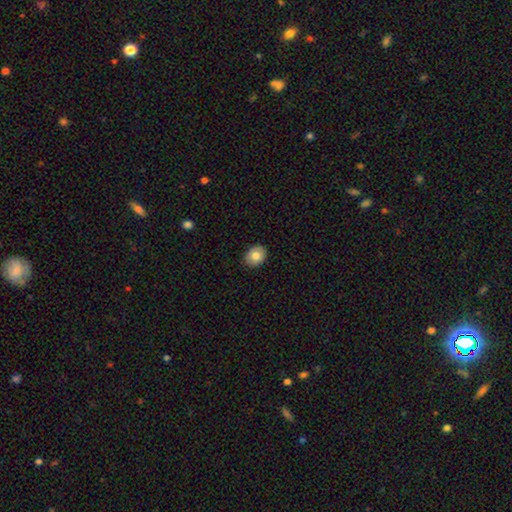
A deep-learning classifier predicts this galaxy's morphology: Smooth or featured: smooth — 78% (featured or disk — 14%)
How rounded: in between — 52% (round — 48%)
Merging: none — 89% (minor disturbance — 8%)